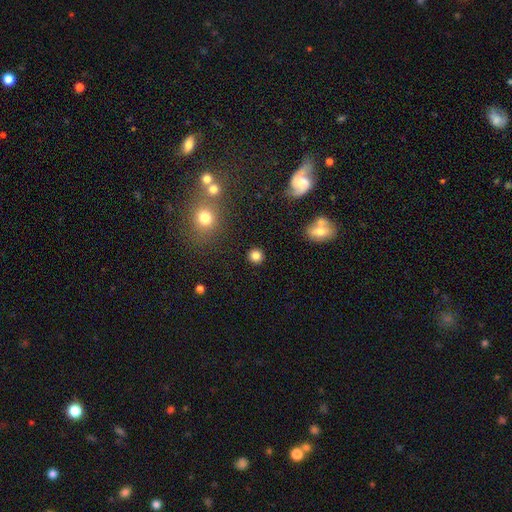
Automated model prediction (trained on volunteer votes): Smooth or featured: smooth — 83% (star or artifact — 12%)
How rounded: round — 92% (in between — 7%)
Merging: none — 91% (minor disturbance — 5%)